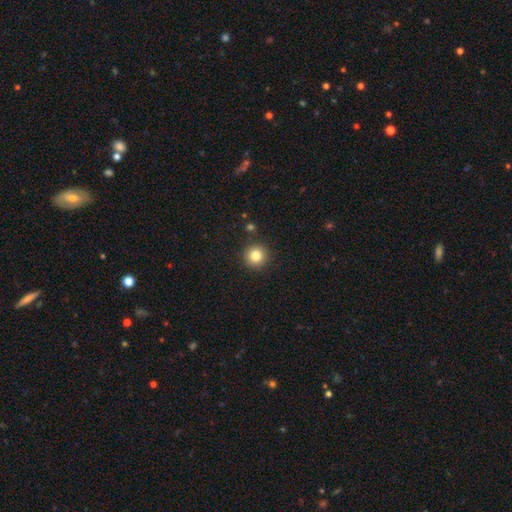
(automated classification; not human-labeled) Smooth or featured: smooth — 83% (star or artifact — 11%)
How rounded: round — 95% (in between — 4%)
Merging: none — 89% (minor disturbance — 6%)